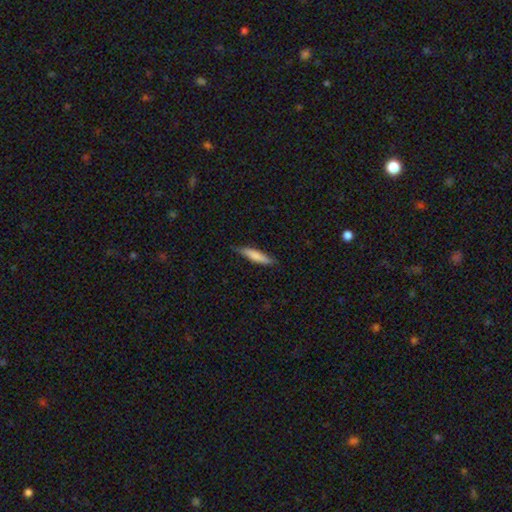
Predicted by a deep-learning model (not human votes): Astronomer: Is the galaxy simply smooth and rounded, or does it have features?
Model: smooth — 77%.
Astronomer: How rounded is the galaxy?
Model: cigar-shaped — 83%.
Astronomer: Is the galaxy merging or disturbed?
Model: none — 81%.